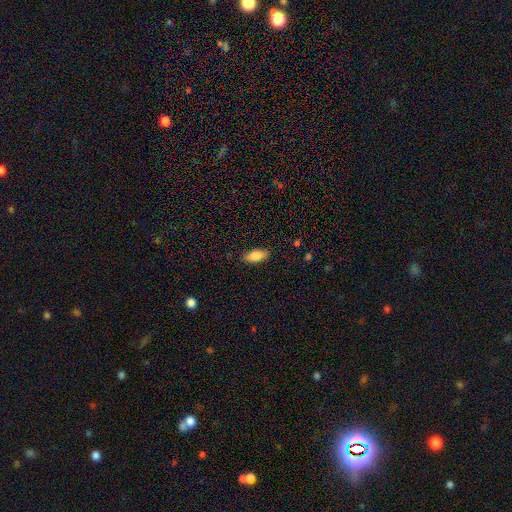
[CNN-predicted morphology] Smooth or featured? smooth (84%)
How rounded? in between (87%)
Merging? none (86%)